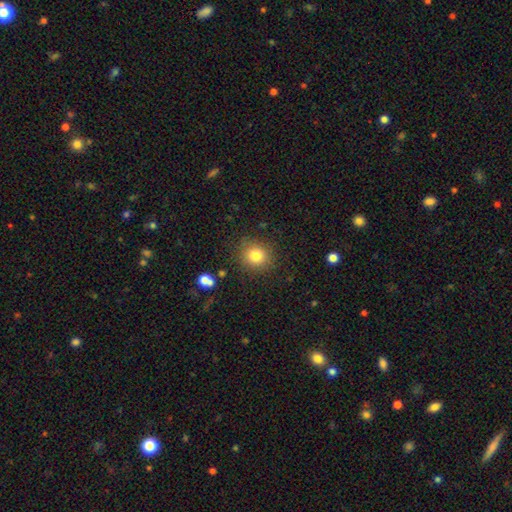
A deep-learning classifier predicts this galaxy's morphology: This is clearly a smooth galaxy (80%). How rounded: clearly round (88%). Merging: clearly none (86%).